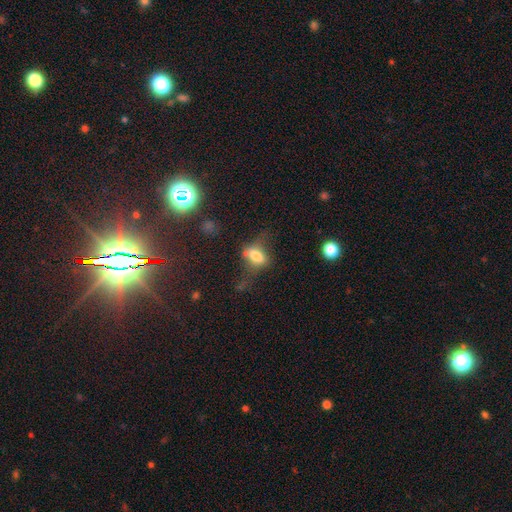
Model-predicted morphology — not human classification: This appears to be a smooth galaxy with no disk features (60%) that is in between round and cigar-shaped (79%). Merging: none (43%).